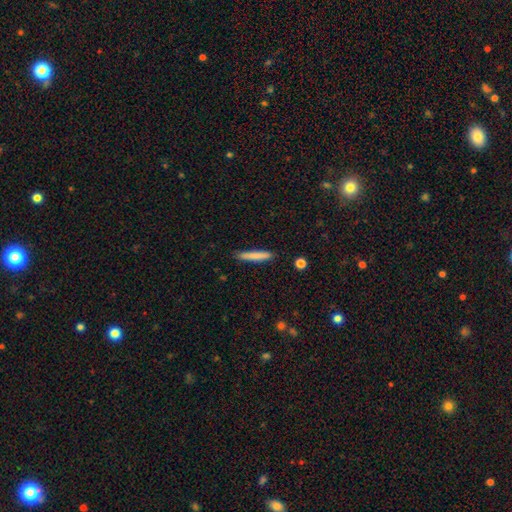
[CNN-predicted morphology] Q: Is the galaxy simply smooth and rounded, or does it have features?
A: smooth — 79%.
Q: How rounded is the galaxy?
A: cigar-shaped — 94%.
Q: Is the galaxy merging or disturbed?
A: none — 86%.